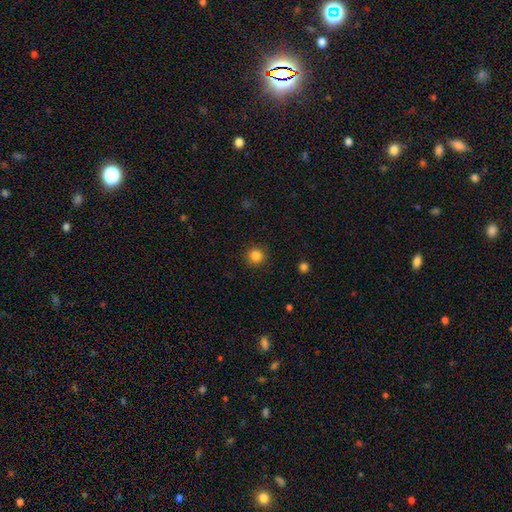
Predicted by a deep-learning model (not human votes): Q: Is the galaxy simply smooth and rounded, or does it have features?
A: smooth — 85%.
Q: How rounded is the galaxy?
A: round — 94%.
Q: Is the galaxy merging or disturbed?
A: none — 91%.